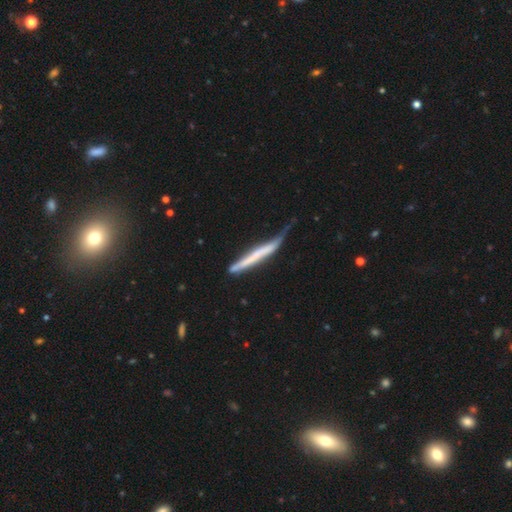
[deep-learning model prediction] This appears to be a featured or disk galaxy (47%, tied with smooth). Merging: none (44%).